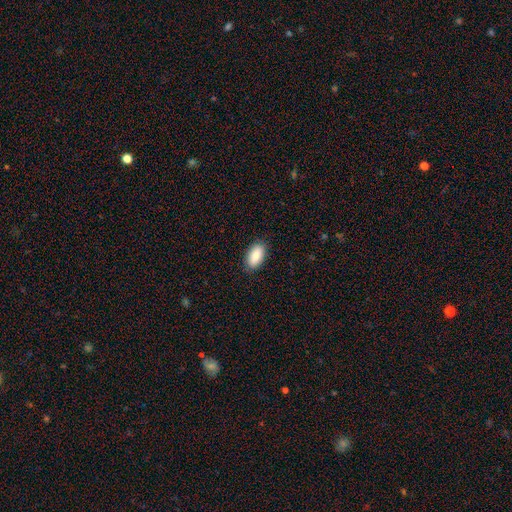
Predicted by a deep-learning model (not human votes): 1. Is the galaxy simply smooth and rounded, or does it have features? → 86% smooth, 8% featured or disk, 6% star or artifact.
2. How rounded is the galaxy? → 93% in between, 4% cigar-shaped, 3% round.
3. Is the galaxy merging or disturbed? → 88% none, 9% minor disturbance, 2% major disturbance, 1% merger.